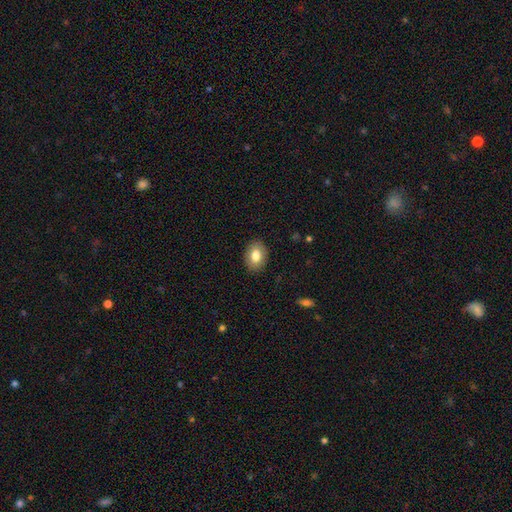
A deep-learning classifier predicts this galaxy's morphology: Smooth or featured?
  - smooth: 80% *
  - featured or disk: 12%
  - star or artifact: 8%
How rounded?
  - in between: 79% *
  - round: 20%
  - cigar-shaped: 1%
Merging?
  - none: 88% *
  - minor disturbance: 9%
  - major disturbance: 2%
  - merger: 1%